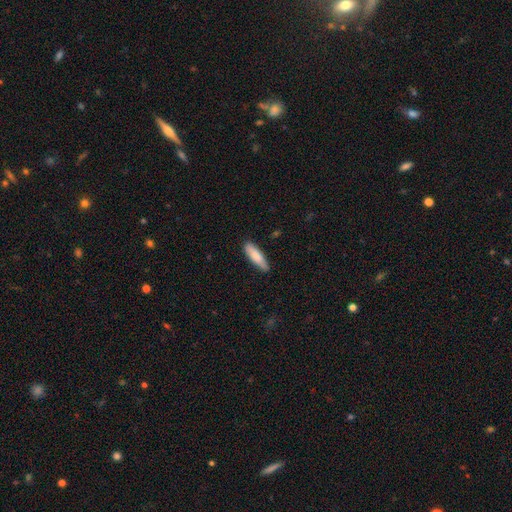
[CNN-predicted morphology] The model was most divided on "how rounded": cigar-shaped: 64%, in between: 34%, round: 1%. More confident: smooth or featured — smooth (82%); merging — none (81%).